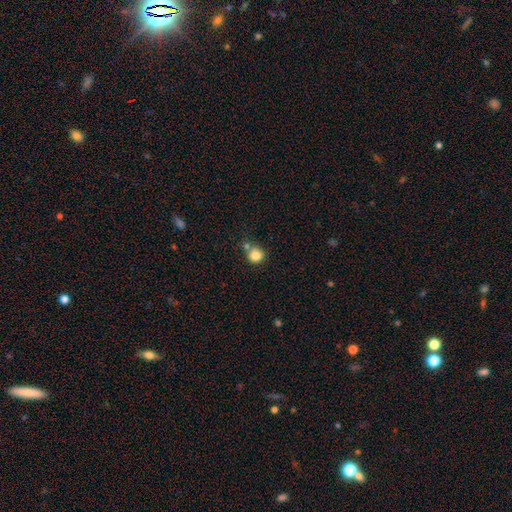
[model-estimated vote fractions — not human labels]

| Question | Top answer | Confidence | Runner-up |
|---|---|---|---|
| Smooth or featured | smooth | 82% | star or artifact (11%) |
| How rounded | round | 89% | in between (10%) |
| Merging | none | 60% | merger (24%) |